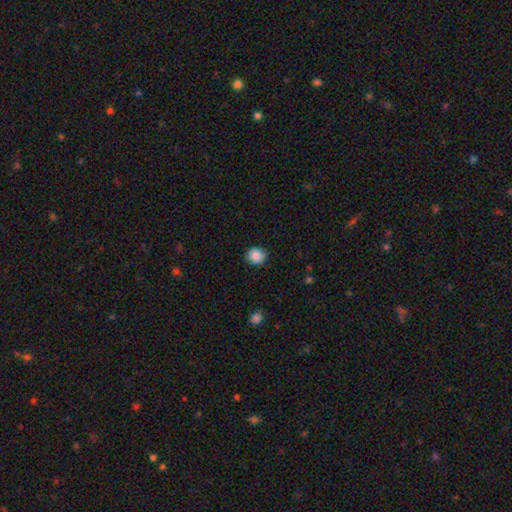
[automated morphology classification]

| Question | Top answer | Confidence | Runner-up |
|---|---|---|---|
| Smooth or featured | smooth | 87% | star or artifact (9%) |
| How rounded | round | 77% | in between (23%) |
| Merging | none | 86% | minor disturbance (11%) |